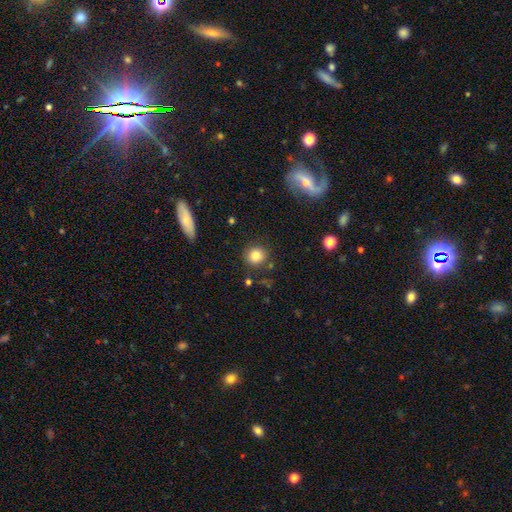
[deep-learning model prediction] smooth 83%, star or artifact 11%, featured or disk 6%. Down the decision tree: how rounded — round (88%); merging — none (84%).